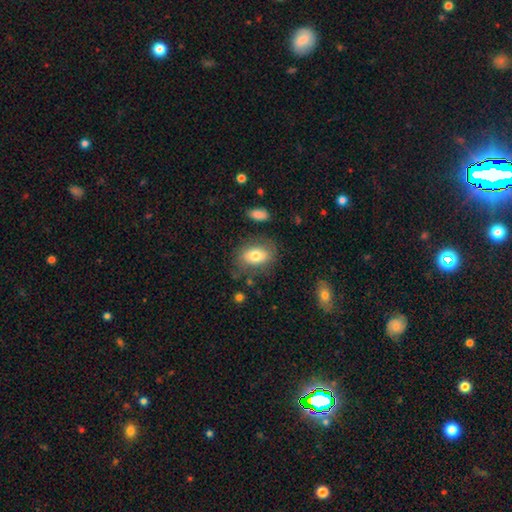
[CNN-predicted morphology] Smooth or featured?
  - smooth: 73% *
  - featured or disk: 19%
  - star or artifact: 8%
How rounded?
  - in between: 83% *
  - round: 15%
  - cigar-shaped: 2%
Merging?
  - none: 71% *
  - minor disturbance: 17%
  - major disturbance: 7%
  - merger: 4%